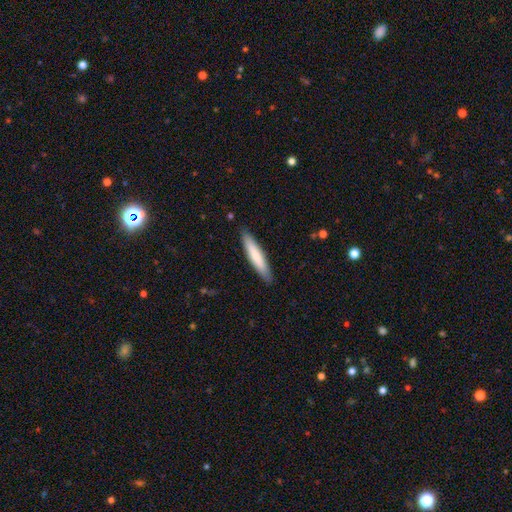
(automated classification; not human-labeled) smooth_or_featured: smooth (p=0.75) [alt: featured or disk p=0.21]
how_rounded: cigar-shaped (p=0.89) [alt: in between p=0.10]
merging: none (p=0.89) [alt: minor disturbance p=0.08]